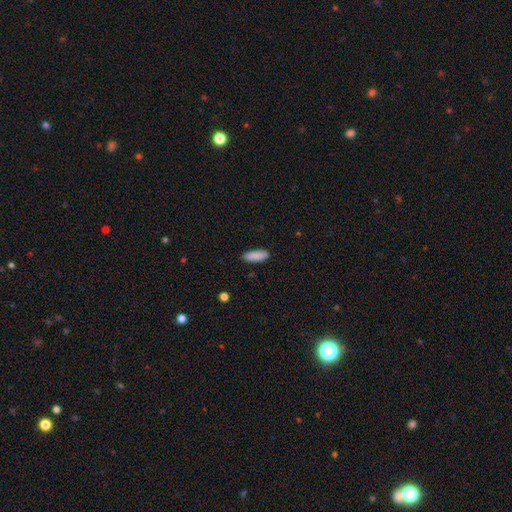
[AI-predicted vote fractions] This appears to be a smooth galaxy with no disk features (90%) that is in between round and cigar-shaped (61%). Merging: none (87%).